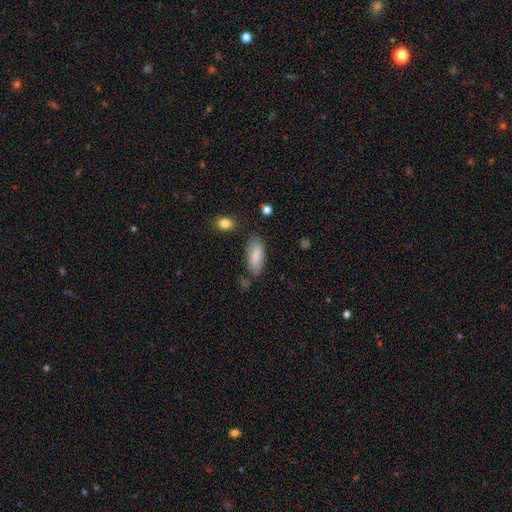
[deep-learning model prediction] A smooth galaxy with no disk features (81%) that is in between round and cigar-shaped (79%). Merging: none (72%).